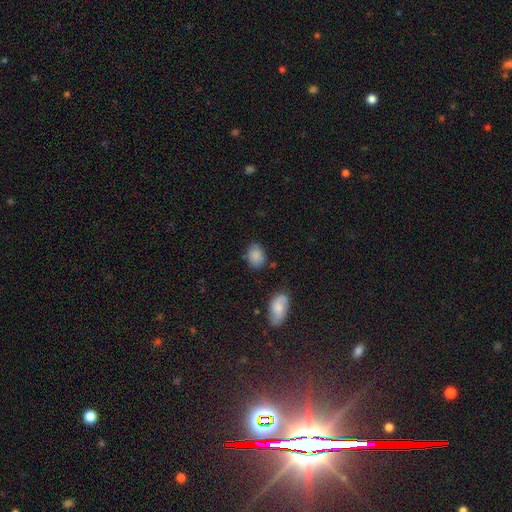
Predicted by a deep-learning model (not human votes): A smooth galaxy with no disk features (84%) that is in between round and cigar-shaped (71%).

Vote fractions:
- Smooth or featured? smooth: 84% / star or artifact: 8% / featured or disk: 8%
- How rounded? in between: 71% / round: 28% / cigar-shaped: 1%
- Merging? none: 73% / minor disturbance: 19% / merger: 4% / major disturbance: 4%